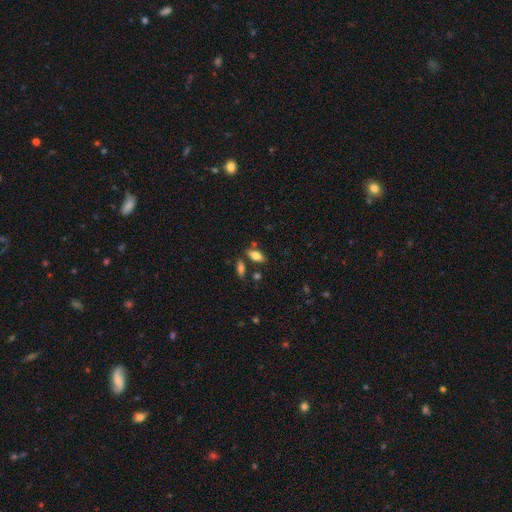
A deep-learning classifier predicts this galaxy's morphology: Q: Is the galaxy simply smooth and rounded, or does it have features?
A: smooth — 76%.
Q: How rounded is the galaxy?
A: in between — 82%.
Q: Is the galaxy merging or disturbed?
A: none — 74%.